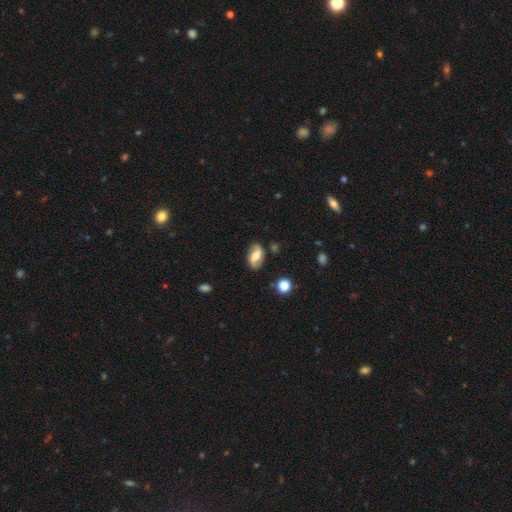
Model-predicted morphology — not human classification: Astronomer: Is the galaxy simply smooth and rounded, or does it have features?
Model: featured or disk — 59%.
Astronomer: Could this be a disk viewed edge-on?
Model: no — 95%.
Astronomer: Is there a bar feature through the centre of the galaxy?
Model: weak — 42% (runner-up: no, 34%).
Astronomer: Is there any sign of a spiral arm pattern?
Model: yes — 86%.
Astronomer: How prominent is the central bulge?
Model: moderate — 51% (runner-up: large, 28%).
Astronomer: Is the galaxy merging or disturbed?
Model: none — 78%.